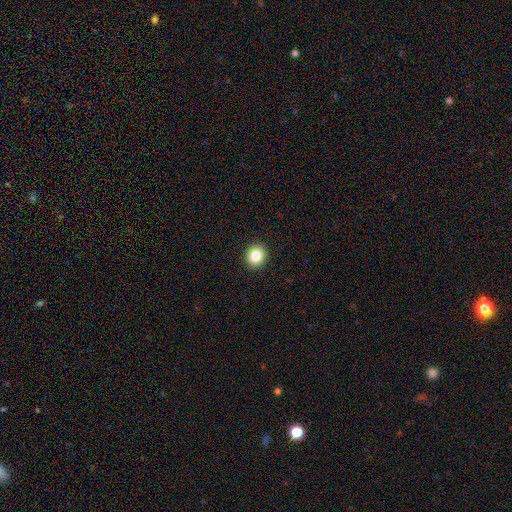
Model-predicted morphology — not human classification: This is clearly a smooth galaxy (84%). How rounded: clearly round (83%). Merging: clearly none (93%).